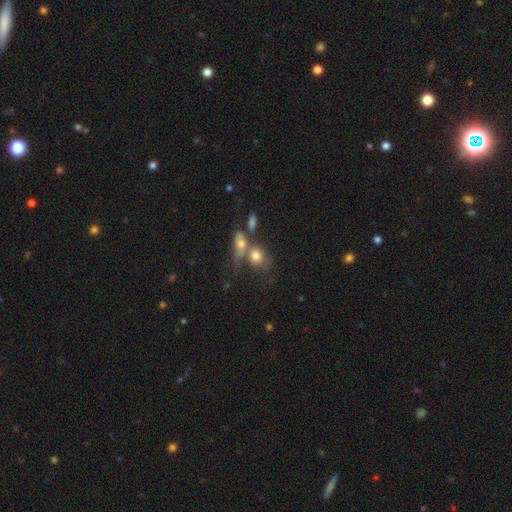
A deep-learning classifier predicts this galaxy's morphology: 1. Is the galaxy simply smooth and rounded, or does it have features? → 73% smooth, 17% featured or disk, 10% star or artifact.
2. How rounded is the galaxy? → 54% round, 43% in between, 3% cigar-shaped.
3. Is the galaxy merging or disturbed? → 48% merger, 32% none, 11% minor disturbance, 9% major disturbance.